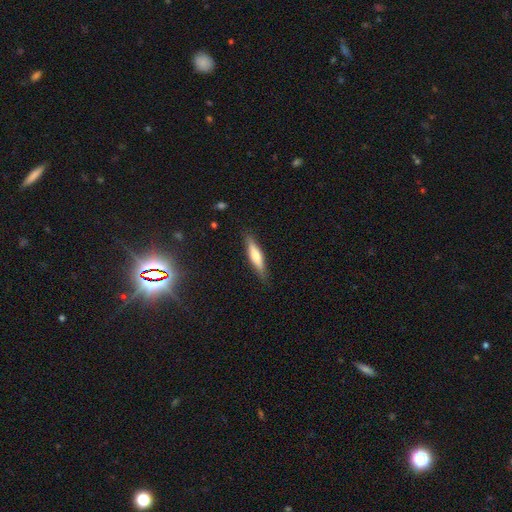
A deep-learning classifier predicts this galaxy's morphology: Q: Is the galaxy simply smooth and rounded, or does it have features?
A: smooth — 55%.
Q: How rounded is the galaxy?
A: cigar-shaped — 81%.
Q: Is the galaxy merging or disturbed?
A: none — 87%.